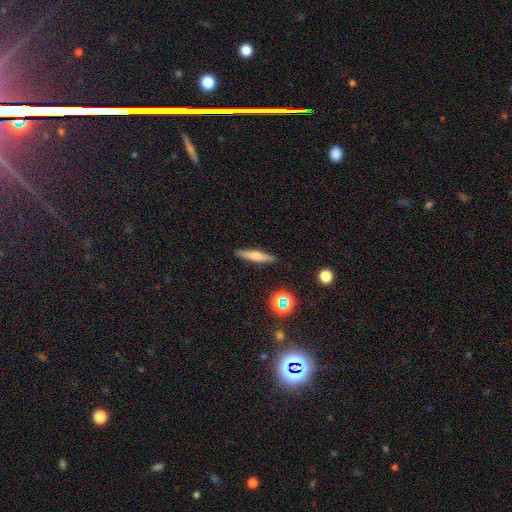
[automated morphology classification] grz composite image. It shows a smooth galaxy with no disk features (56%) that is cigar-shaped (86%). Merging: none (89%).